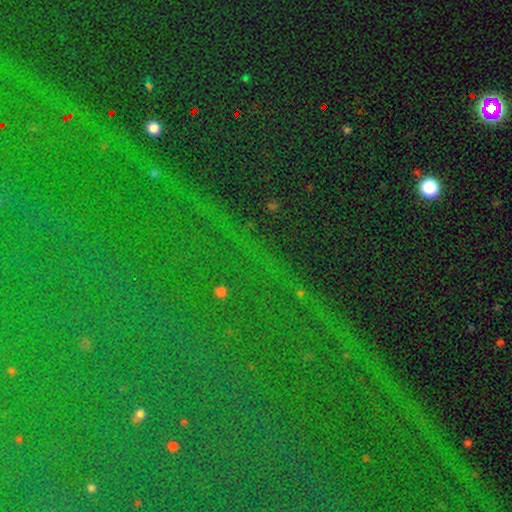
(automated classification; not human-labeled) Q: Smooth or featured?
A: star or artifact (87%); runner-up: featured or disk (7%)